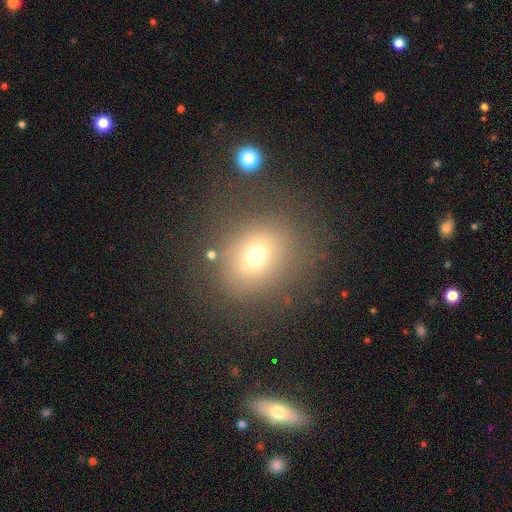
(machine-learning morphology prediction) type=smooth (66%); roundness=round (65%); merging=none (73%).